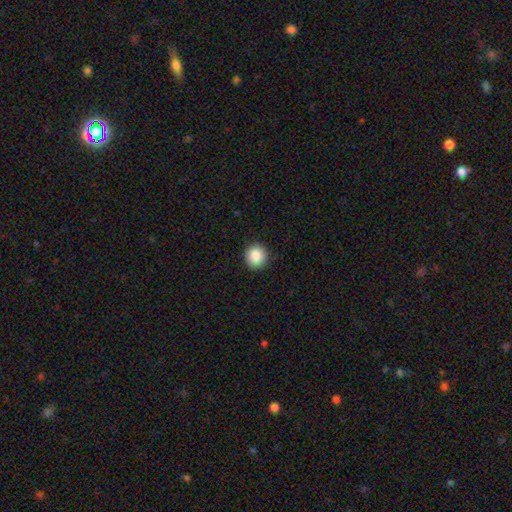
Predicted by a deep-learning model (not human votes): This appears to be a smooth galaxy with no disk features (88%) that is round (92%). Merging: none (91%).